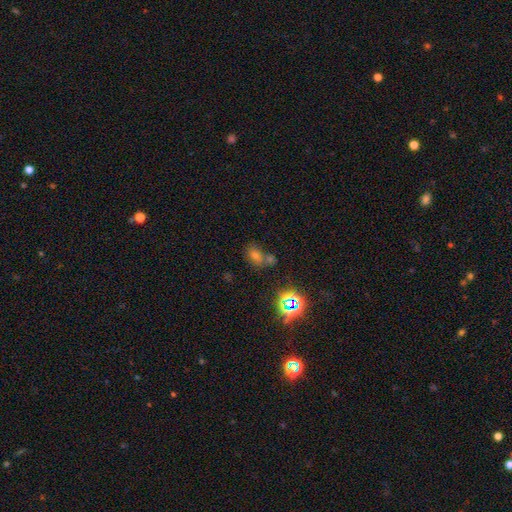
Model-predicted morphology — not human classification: Q: Smooth or featured?
A: smooth (52%); runner-up: star or artifact (36%)
Q: How rounded?
A: in between (64%); runner-up: round (34%)
Q: Merging?
A: none (48%); runner-up: merger (35%)